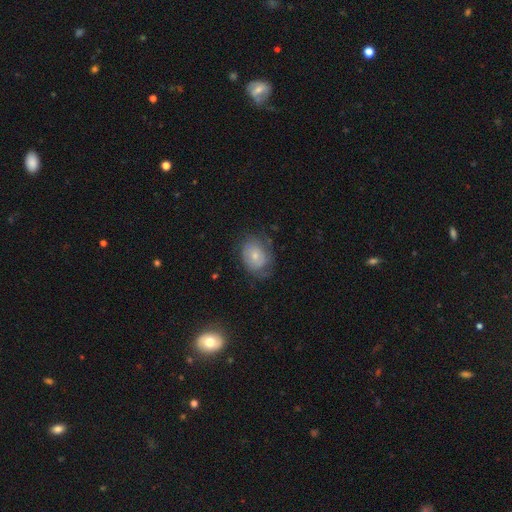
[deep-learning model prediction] The model was most divided on "smooth or featured": smooth: 52%, featured or disk: 40%, star or artifact: 8%. More confident: how rounded — in between (64%); merging — none (58%).